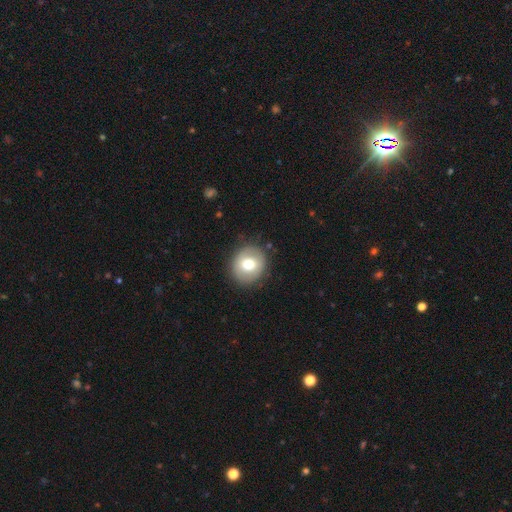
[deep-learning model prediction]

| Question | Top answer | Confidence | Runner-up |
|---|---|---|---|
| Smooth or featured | smooth | 64% | featured or disk (29%) |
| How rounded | round | 80% | in between (19%) |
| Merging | none | 87% | minor disturbance (9%) |